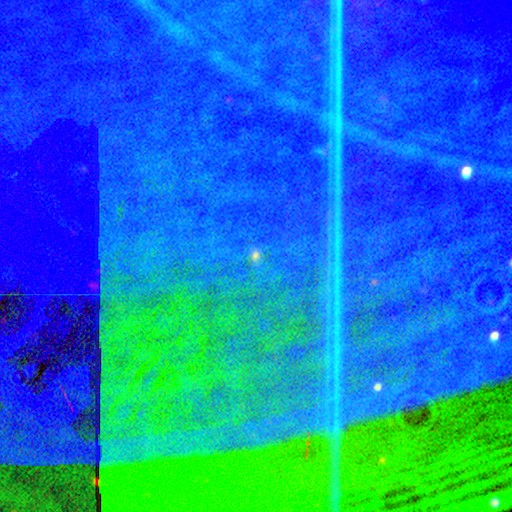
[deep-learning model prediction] A star or artifact, not a galaxy (88%).